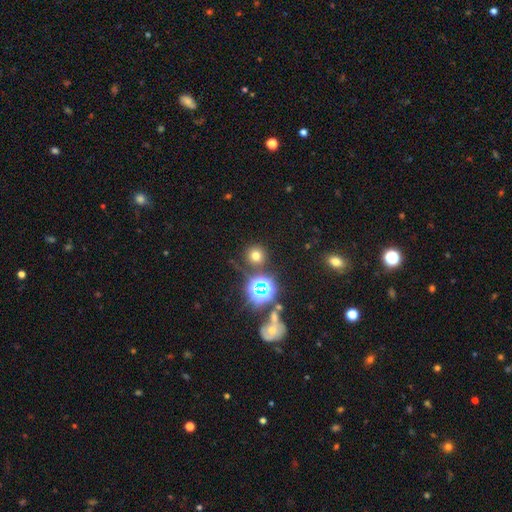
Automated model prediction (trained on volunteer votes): smooth_or_featured: smooth (p=0.64) [alt: star or artifact p=0.28]
how_rounded: round (p=0.92) [alt: in between p=0.07]
merging: none (p=0.84) [alt: minor disturbance p=0.08]